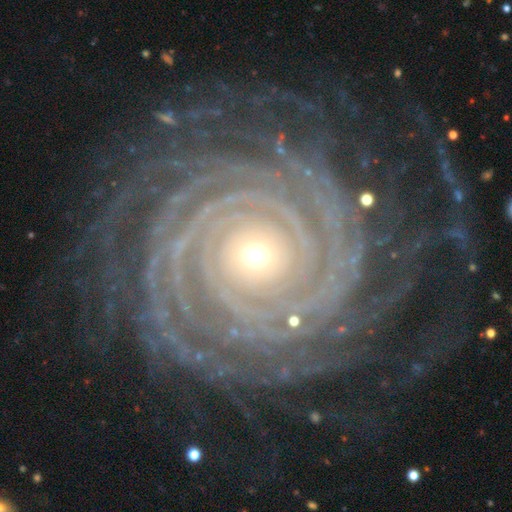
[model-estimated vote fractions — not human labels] Smooth or featured: featured or disk — 92% (star or artifact — 5%)
Edge-on disk: no — 98% (yes — 2%)
Bar: no — 76% (weak — 12%)
Spiral arms: yes — 99% (no — 1%)
Spiral winding: tight — 92% (medium — 6%)
Spiral arm count: more than 4 — 27% (4 — 17%)
Bulge size: small — 71% (moderate — 25%)
Merging: none — 80% (minor disturbance — 13%)